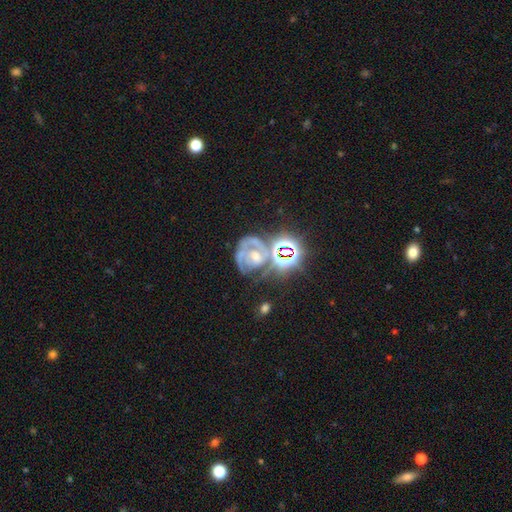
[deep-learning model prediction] The model was most divided on "smooth or featured": featured or disk: 47%, star or artifact: 38%, smooth: 15%. Remaining: merging — none (48%).